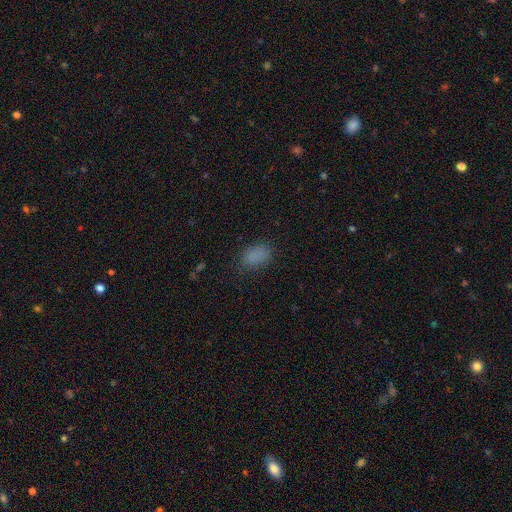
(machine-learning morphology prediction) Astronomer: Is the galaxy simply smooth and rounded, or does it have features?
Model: smooth — 82%.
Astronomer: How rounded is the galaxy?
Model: in between — 88%.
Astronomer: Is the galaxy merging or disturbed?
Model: none — 76%.